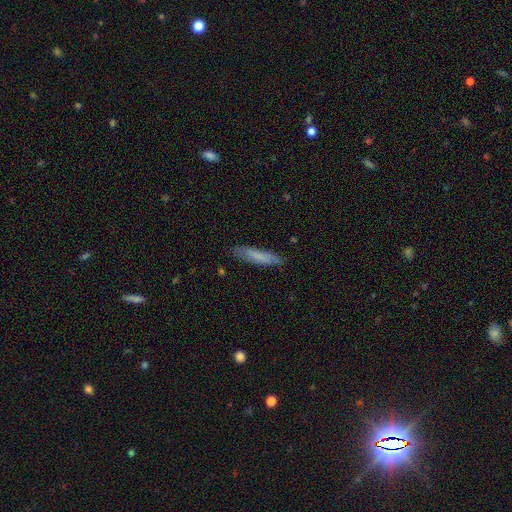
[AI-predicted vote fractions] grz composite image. It shows a smooth galaxy with no disk features (76%) that is cigar-shaped (87%). Merging: none (83%).